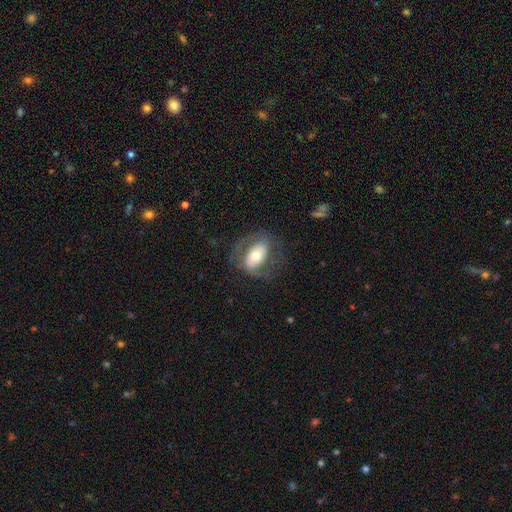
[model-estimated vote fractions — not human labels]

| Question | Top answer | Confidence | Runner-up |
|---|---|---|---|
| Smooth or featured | featured or disk | 54% | smooth (39%) |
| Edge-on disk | no | 93% | yes (7%) |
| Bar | no | 48% | weak (27%) |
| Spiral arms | yes | 58% | no (42%) |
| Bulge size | moderate | 65% | small (17%) |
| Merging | none | 61% | minor disturbance (19%) |